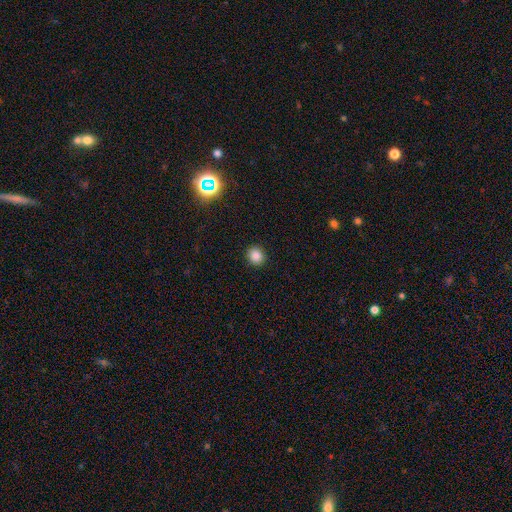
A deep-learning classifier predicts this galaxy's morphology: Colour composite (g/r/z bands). It shows a smooth galaxy with no disk features (84%) that is round (82%). Merging: none (91%).